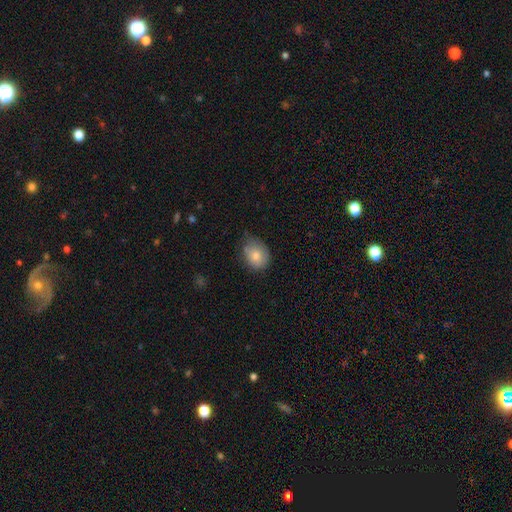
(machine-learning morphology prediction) smooth 80%, featured or disk 12%, star or artifact 8%. Down the decision tree: how rounded — in between (51%); merging — none (57%).